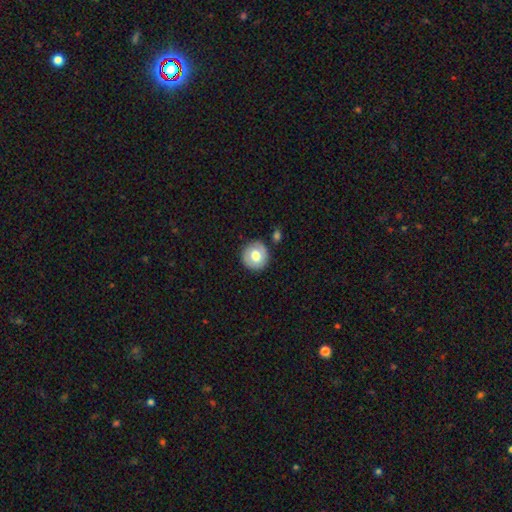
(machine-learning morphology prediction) Smooth or featured: smooth — 64% (featured or disk — 29%)
How rounded: round — 92% (in between — 7%)
Merging: none — 85% (minor disturbance — 9%)